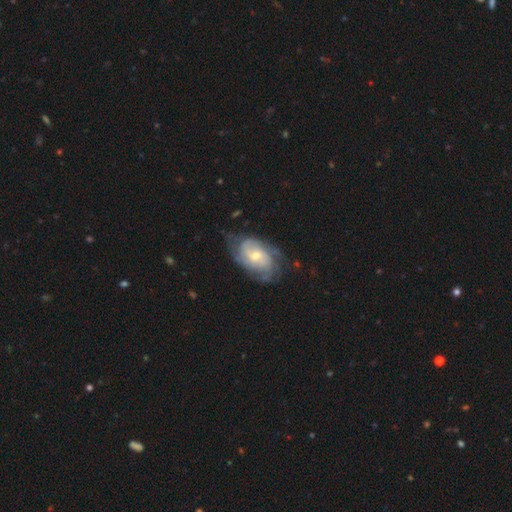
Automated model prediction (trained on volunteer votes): Morphology: type=featured or disk (78%); edge-on=no (96%); bar=no (61%); spiral arms=yes (92%); winding=tight (54%); arm count=can't tell (41%); bulge=moderate (49%); merging=none (66%).